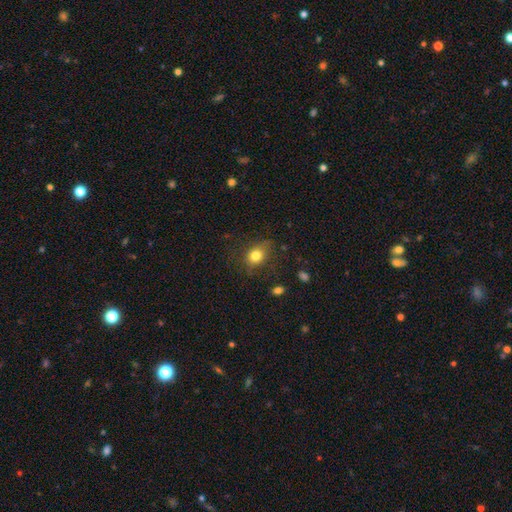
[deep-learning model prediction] Morphology: type=smooth (79%); roundness=in between (56%); merging=none (72%).